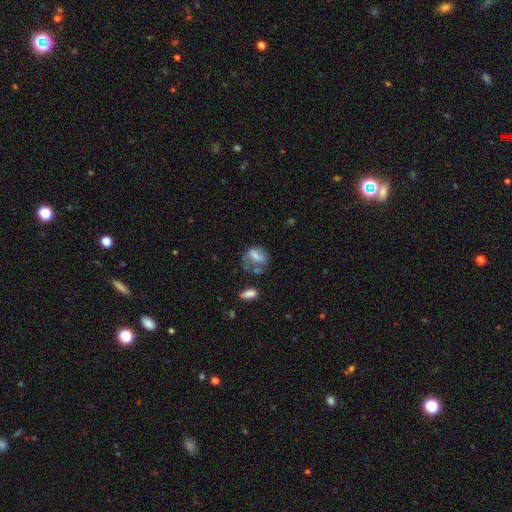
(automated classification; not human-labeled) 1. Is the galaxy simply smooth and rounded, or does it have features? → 62% smooth, 27% featured or disk, 11% star or artifact.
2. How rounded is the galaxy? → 66% in between, 24% round, 9% cigar-shaped.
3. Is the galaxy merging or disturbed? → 36% none, 26% major disturbance, 26% minor disturbance, 13% merger.